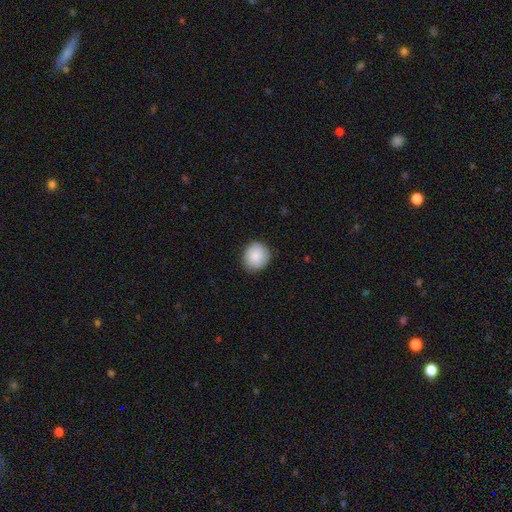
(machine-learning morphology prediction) The model was most divided on "how rounded": round: 85%, in between: 14%, cigar-shaped: 1%. More confident: smooth or featured — smooth (86%); merging — none (86%).